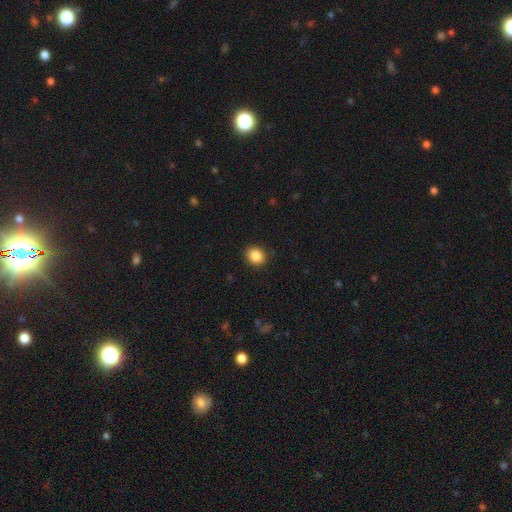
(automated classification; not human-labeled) This appears to be a smooth galaxy with no disk features (87%) that is round (71%). Merging: none (91%).